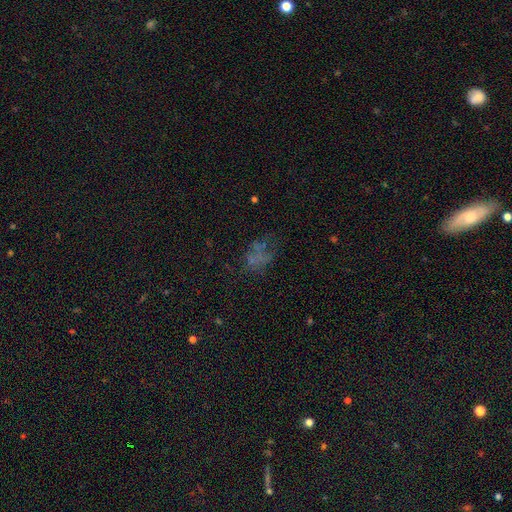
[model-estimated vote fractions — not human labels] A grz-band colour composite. It shows a smooth galaxy with no disk features (34%, tied with star or artifact). Merging: none (50%).